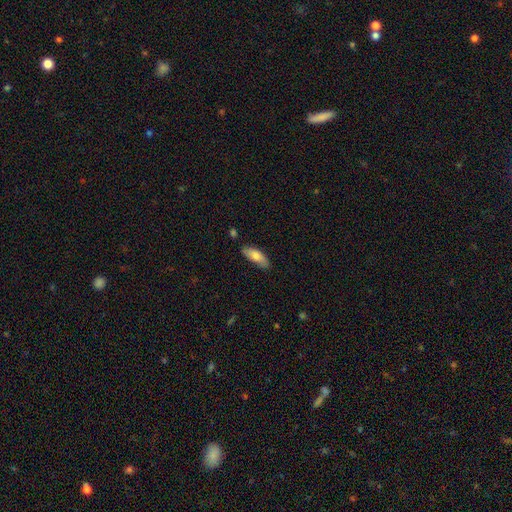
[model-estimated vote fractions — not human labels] Overall: smooth (77%). How rounded: in between (71%). Merging: none (77%).